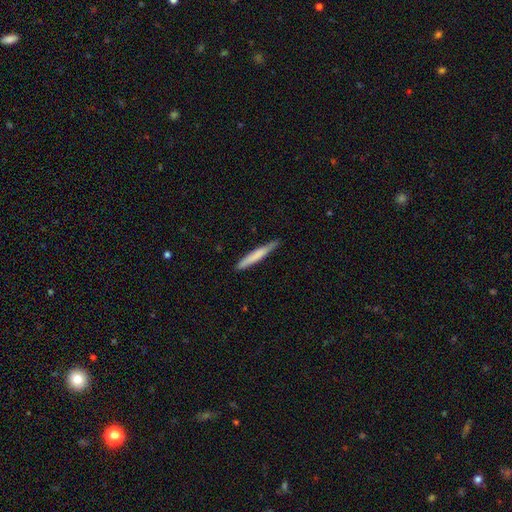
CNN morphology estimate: A smooth galaxy with no disk features (69%) that is cigar-shaped (96%).

Vote fractions:
- Smooth or featured? smooth: 69% / featured or disk: 26% / star or artifact: 5%
- How rounded? cigar-shaped: 96% / in between: 3% / round: 1%
- Merging? none: 84% / minor disturbance: 13% / major disturbance: 2% / merger: 1%